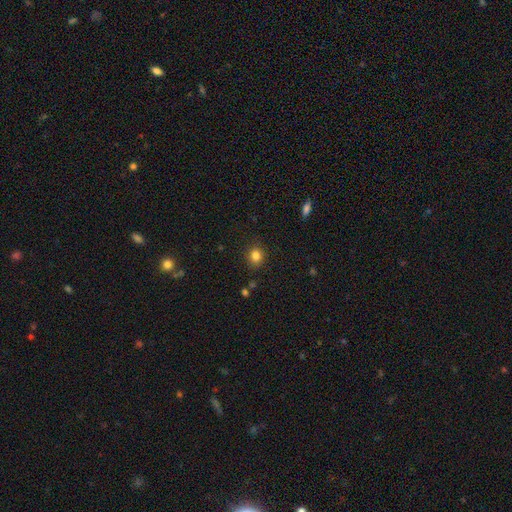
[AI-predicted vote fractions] A smooth galaxy with no disk features (83%) that is round (73%). Merging: none (87%).